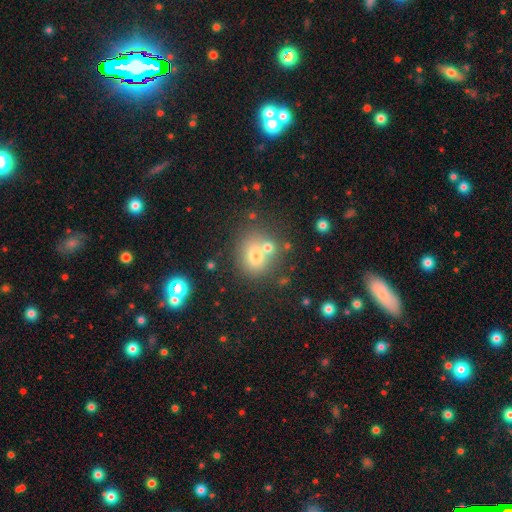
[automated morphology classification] smooth_or_featured: smooth (p=0.67) [alt: featured or disk p=0.17]
how_rounded: round (p=0.74) [alt: in between p=0.25]
merging: none (p=0.53) [alt: merger p=0.32]